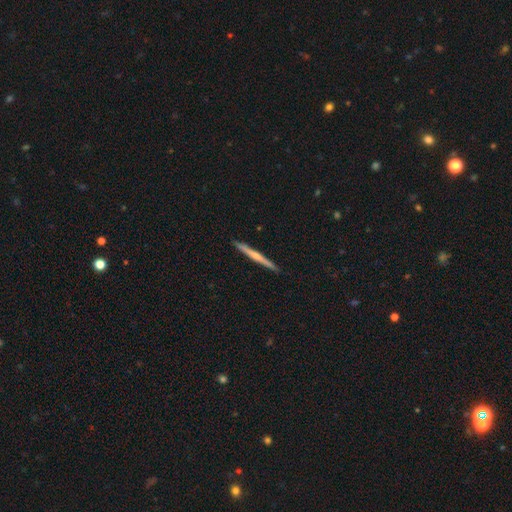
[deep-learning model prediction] featured or disk 58%, smooth 37%, star or artifact 5%. Down the decision tree: edge-on disk — yes (98%); edge-on bulge — rounded (53%); merging — none (92%).